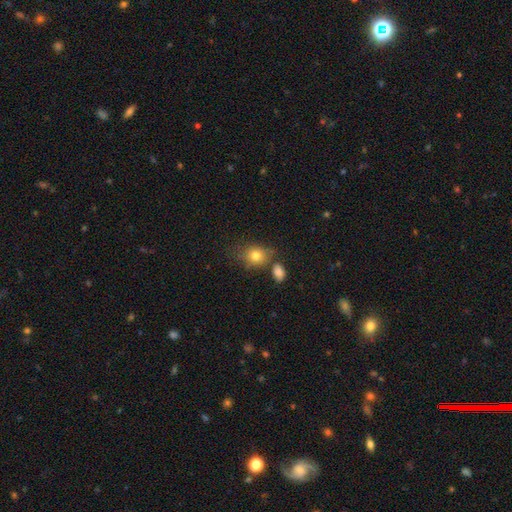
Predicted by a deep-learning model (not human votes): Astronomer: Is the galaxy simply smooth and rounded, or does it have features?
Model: smooth — 78%.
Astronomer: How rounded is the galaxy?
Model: round — 56% (runner-up: in between, 43%).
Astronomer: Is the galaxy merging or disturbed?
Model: none — 58%.